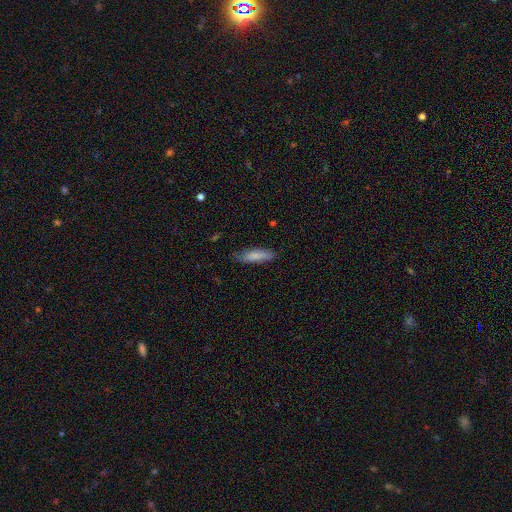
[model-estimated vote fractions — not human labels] Smooth or featured? smooth (81%)
How rounded? cigar-shaped (62%)
Merging? none (73%)